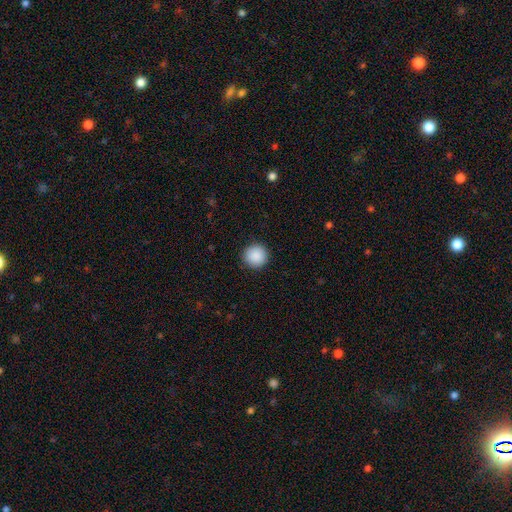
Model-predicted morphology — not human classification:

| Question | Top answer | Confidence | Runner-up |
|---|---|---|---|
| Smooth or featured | smooth | 89% | star or artifact (8%) |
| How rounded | round | 96% | in between (3%) |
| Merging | none | 92% | minor disturbance (5%) |